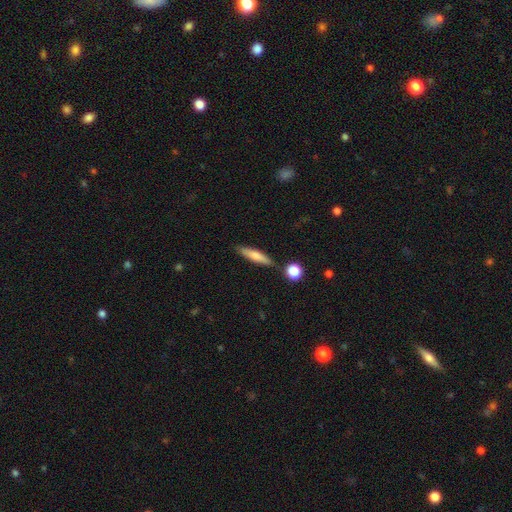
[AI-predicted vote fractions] The model was most divided on "smooth or featured": smooth: 69%, featured or disk: 25%, star or artifact: 7%. More confident: merging — none (81%); how rounded — cigar-shaped (78%).